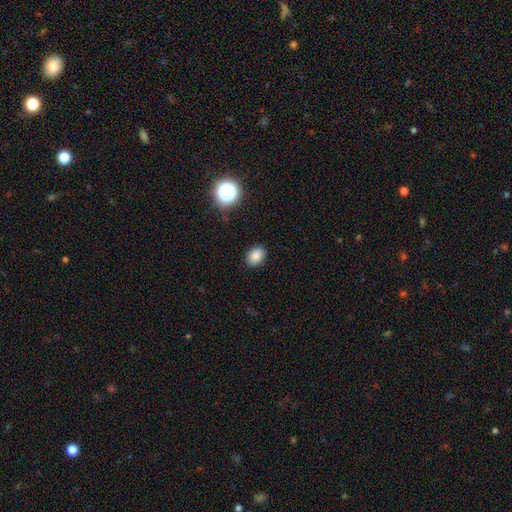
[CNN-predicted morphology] This appears to be a smooth galaxy with no disk features (84%) that is in between round and cigar-shaped (68%). Merging: none (87%).